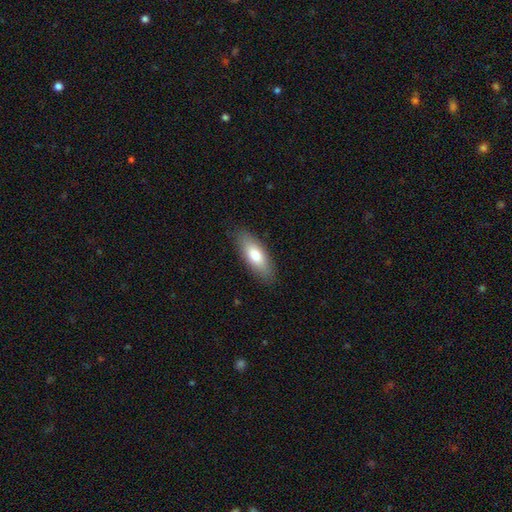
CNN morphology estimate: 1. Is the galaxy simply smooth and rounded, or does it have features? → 76% smooth, 18% featured or disk, 6% star or artifact.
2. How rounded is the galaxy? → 69% in between, 29% cigar-shaped, 2% round.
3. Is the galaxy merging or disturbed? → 86% none, 10% minor disturbance, 2% major disturbance, 1% merger.